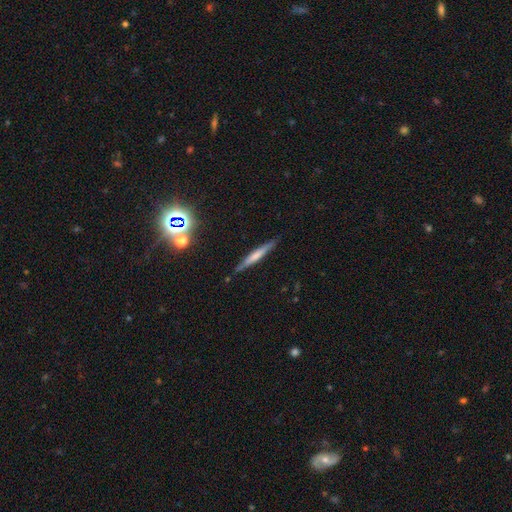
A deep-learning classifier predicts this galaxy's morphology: A smooth galaxy with no disk features (48%).

Vote fractions:
- Smooth or featured? smooth: 48% / featured or disk: 44% / star or artifact: 8%
- Merging? none: 85% / minor disturbance: 11% / major disturbance: 2% / merger: 2%